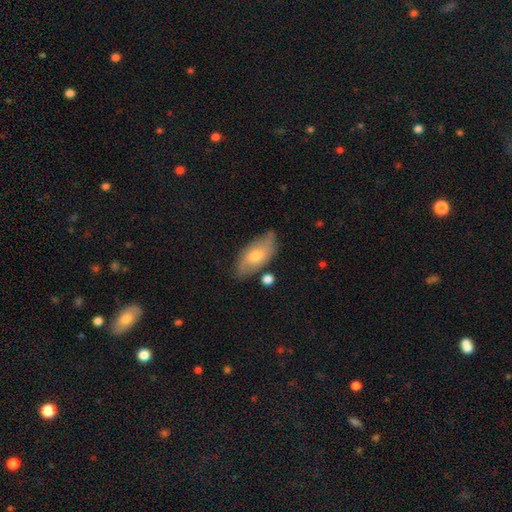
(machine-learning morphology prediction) smooth 54%, featured or disk 39%, star or artifact 7%. Down the decision tree: how rounded — in between (89%); merging — none (71%).